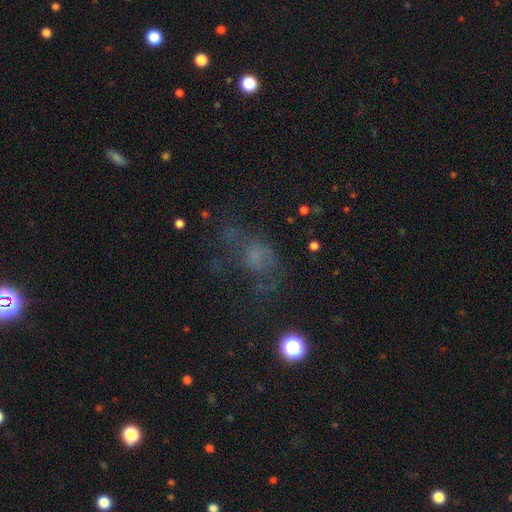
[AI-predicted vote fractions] smooth 37%, featured or disk 34%, star or artifact 29%. Down the decision tree: merging — none (41%).